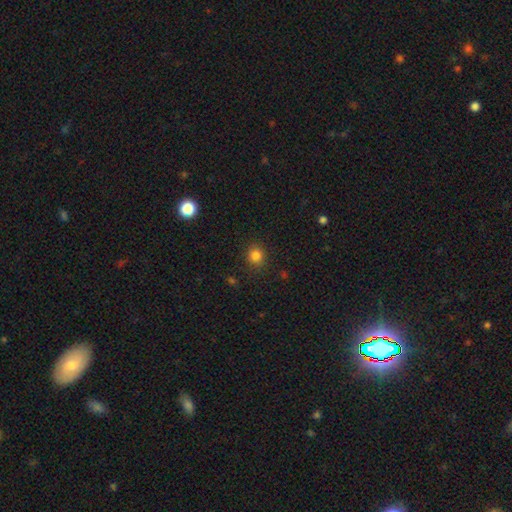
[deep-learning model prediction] Smooth or featured? smooth (83%)
How rounded? round (84%)
Merging? none (88%)